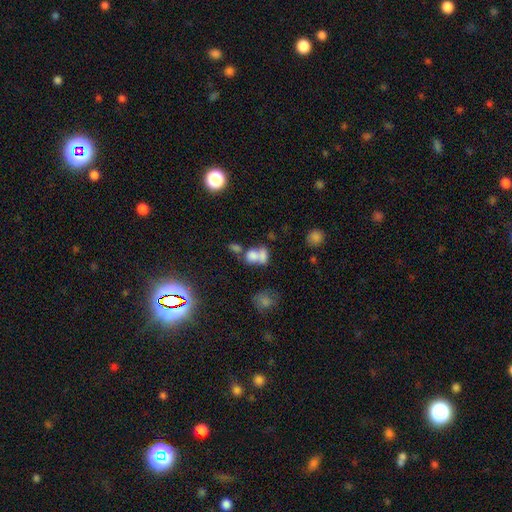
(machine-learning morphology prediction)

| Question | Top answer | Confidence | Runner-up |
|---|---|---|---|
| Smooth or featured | smooth | 68% | featured or disk (18%) |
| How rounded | in between | 60% | round (37%) |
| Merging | merger | 64% | none (21%) |